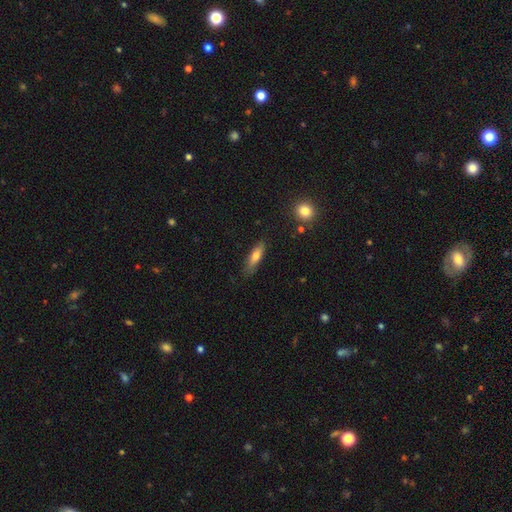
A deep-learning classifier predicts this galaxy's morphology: Smooth or featured: smooth — 68% (featured or disk — 25%)
How rounded: cigar-shaped — 53% (in between — 44%)
Merging: none — 77% (minor disturbance — 17%)